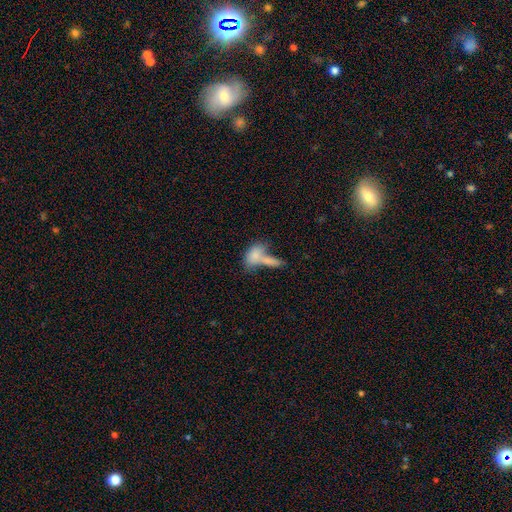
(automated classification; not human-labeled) This appears to be a smooth galaxy with no disk features (76%) that is in between round and cigar-shaped (82%). Merging: merger (59%).